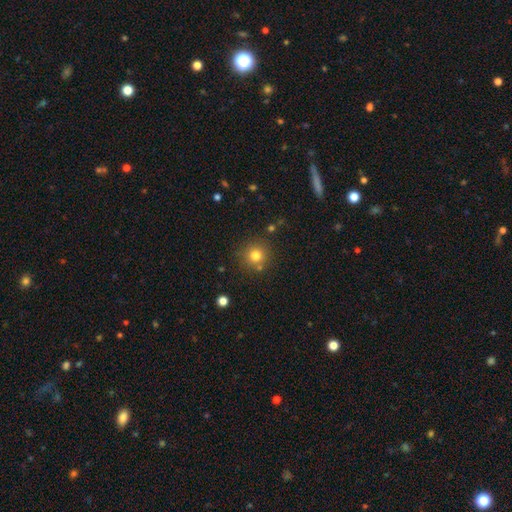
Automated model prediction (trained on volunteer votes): Smooth or featured: smooth — 79% (star or artifact — 14%)
How rounded: round — 94% (in between — 5%)
Merging: none — 82% (minor disturbance — 8%)